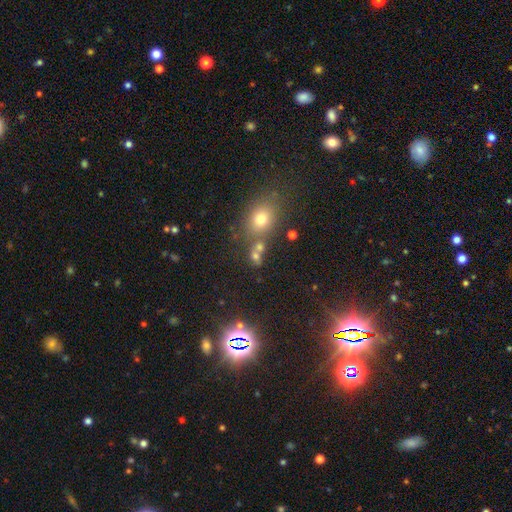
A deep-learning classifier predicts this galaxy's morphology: This is likely a smooth galaxy (66%). How rounded: possibly round (49%). Merging: possibly none (49%).